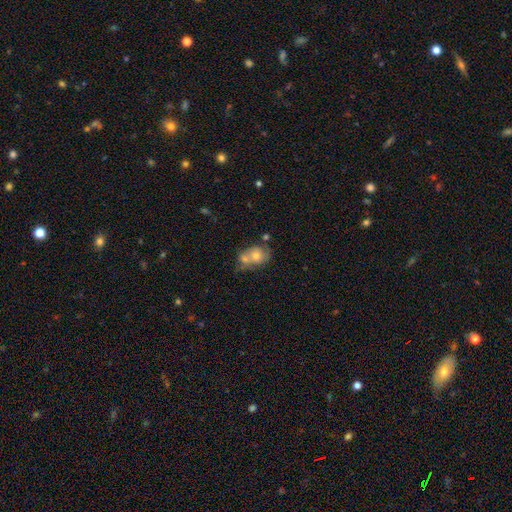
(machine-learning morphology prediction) smooth-or-featured: smooth: 62% | featured or disk: 28% | star or artifact: 10%
  how-rounded: in between: 49% (tied) | round: 49% (tied) | cigar-shaped: 1%
  merging: merger: 53% | none: 29% | minor disturbance: 13% | major disturbance: 6%